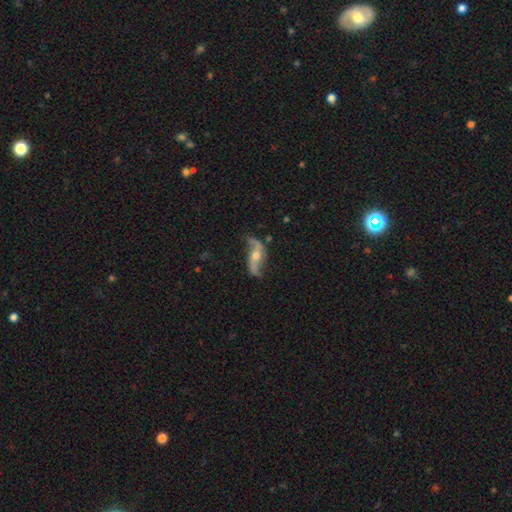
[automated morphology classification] This appears to be a featured or disk galaxy (85%) with no bar (59%), 2 (93%) loose (86%) spiral arms (94%) and a moderate central bulge (65%). Merging: none (73%).